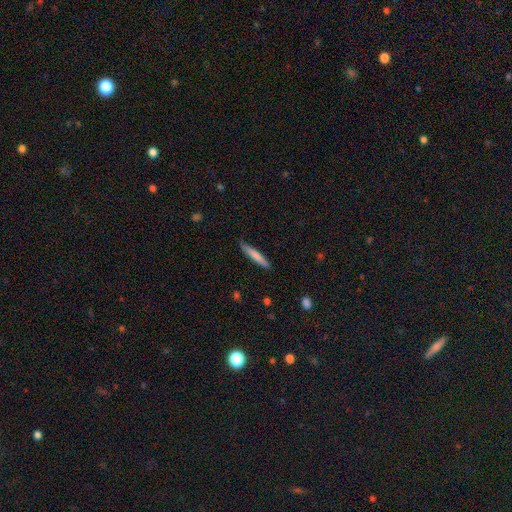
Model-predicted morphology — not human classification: type=smooth (75%); roundness=cigar-shaped (94%); merging=none (86%).